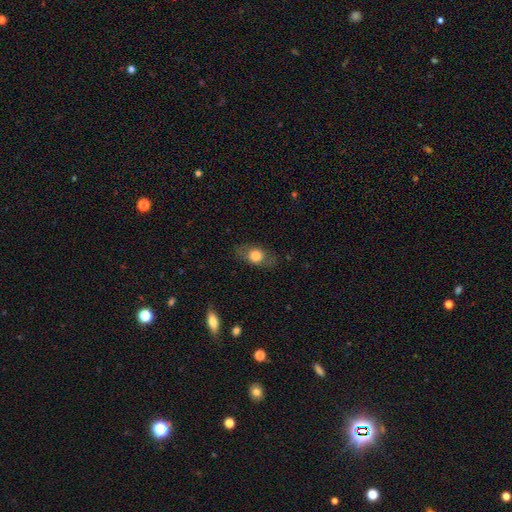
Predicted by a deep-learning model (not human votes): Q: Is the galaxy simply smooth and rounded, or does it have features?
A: smooth — 69%.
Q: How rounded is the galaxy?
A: in between — 68%.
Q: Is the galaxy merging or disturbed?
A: none — 79%.